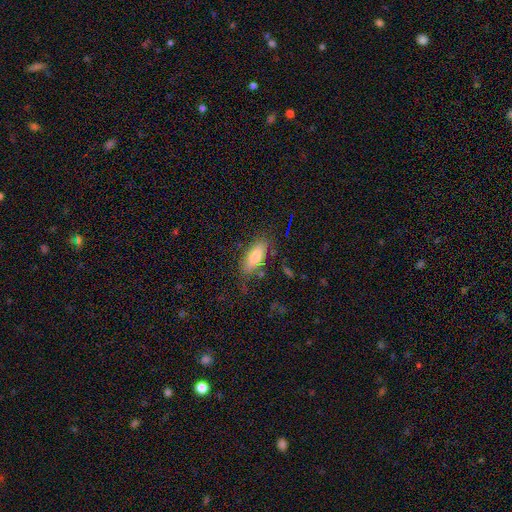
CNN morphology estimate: type=smooth (77%); roundness=in between (79%); merging=none (75%).